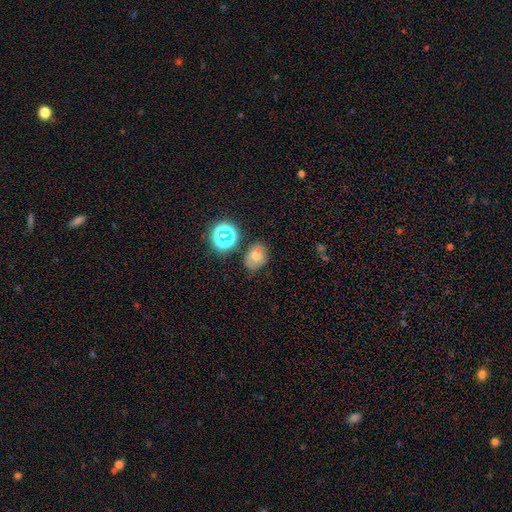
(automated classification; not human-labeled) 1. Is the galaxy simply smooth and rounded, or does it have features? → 56% smooth, 24% star or artifact, 20% featured or disk.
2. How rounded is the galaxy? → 56% in between, 43% round, 1% cigar-shaped.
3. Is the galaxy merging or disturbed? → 71% none, 18% minor disturbance, 6% merger, 5% major disturbance.